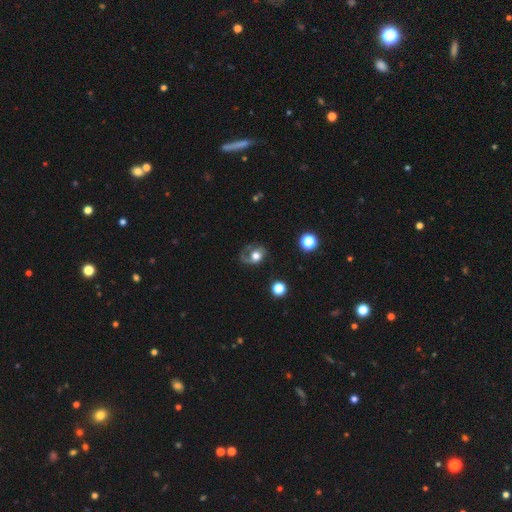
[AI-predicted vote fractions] smooth 47%, featured or disk 43%, star or artifact 10%. Down the decision tree: merging — none (40%).